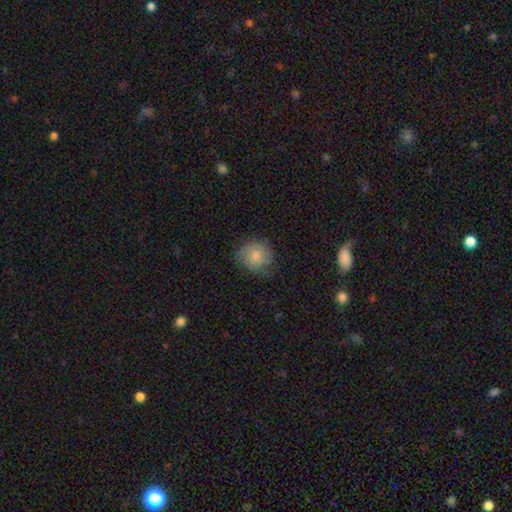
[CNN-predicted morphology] Smooth or featured?
  - smooth: 73% *
  - featured or disk: 20%
  - star or artifact: 7%
How rounded?
  - round: 84% *
  - in between: 15%
  - cigar-shaped: 1%
Merging?
  - none: 64% *
  - minor disturbance: 26%
  - major disturbance: 8%
  - merger: 1%